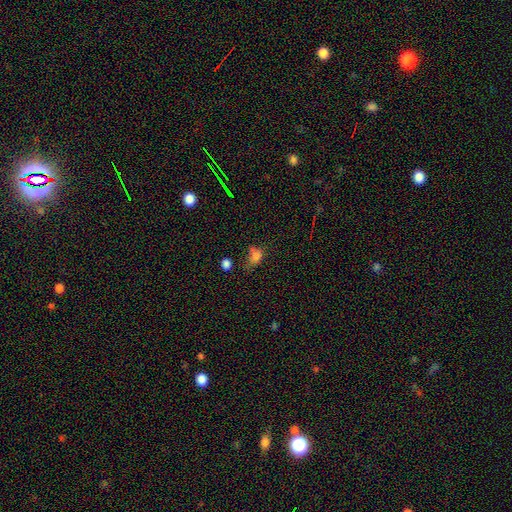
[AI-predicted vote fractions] Q: Smooth or featured?
A: smooth (74%); runner-up: star or artifact (16%)
Q: How rounded?
A: in between (71%); runner-up: round (26%)
Q: Merging?
A: none (38%); runner-up: minor disturbance (30%)